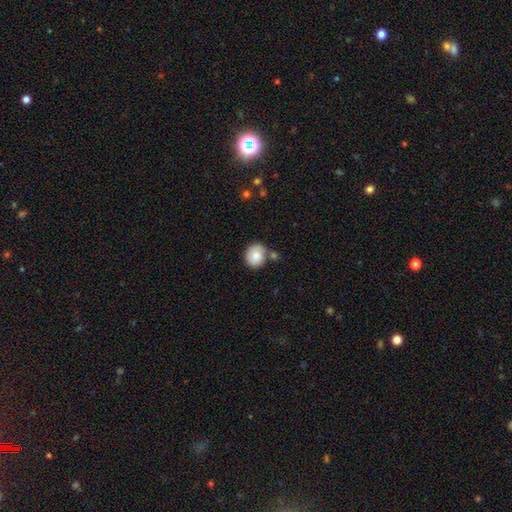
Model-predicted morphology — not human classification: Smooth or featured? smooth (84%)
How rounded? round (77%)
Merging? none (66%)